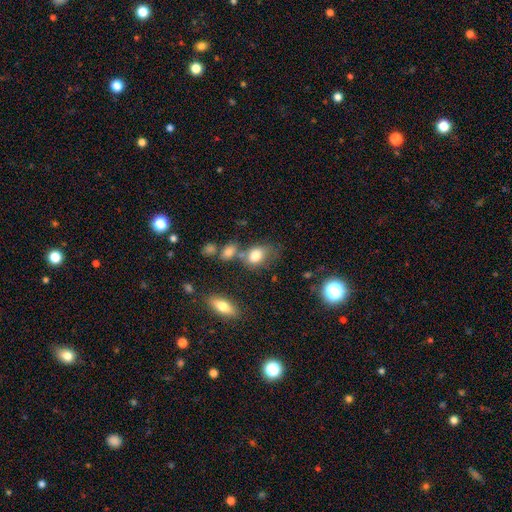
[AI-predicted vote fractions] Smooth or featured?
  - smooth: 79% *
  - featured or disk: 11%
  - star or artifact: 10%
How rounded?
  - in between: 72% *
  - round: 26%
  - cigar-shaped: 2%
Merging?
  - none: 47% *
  - merger: 22%
  - minor disturbance: 21%
  - major disturbance: 10%